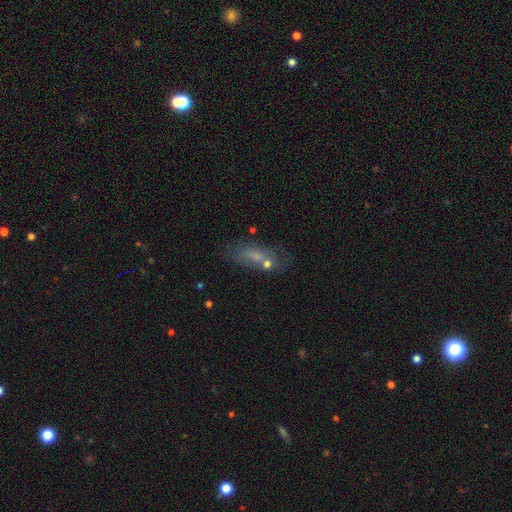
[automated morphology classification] Overall: smooth (56%; featured or disk 26%). How rounded: in between (62%; cigar-shaped 30%). Merging: none (55%; minor disturbance 18%).